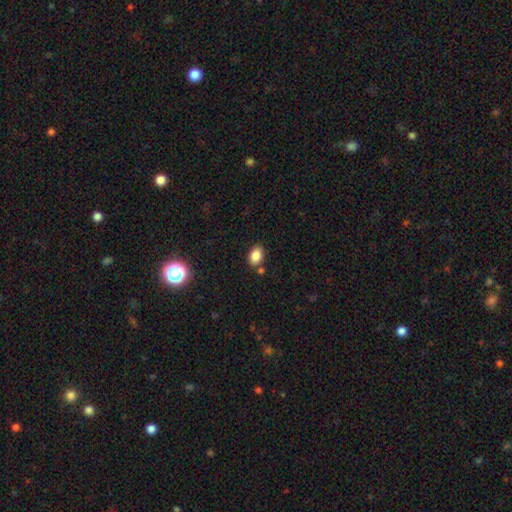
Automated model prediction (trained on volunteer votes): This appears to be a smooth galaxy with no disk features (85%) that is in between round and cigar-shaped (83%). Merging: none (78%).